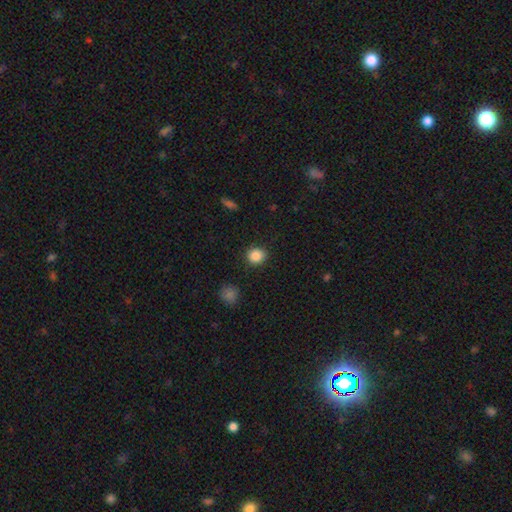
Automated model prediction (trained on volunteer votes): Smooth or featured: smooth — 87% (star or artifact — 10%)
How rounded: round — 85% (in between — 14%)
Merging: none — 90% (minor disturbance — 7%)